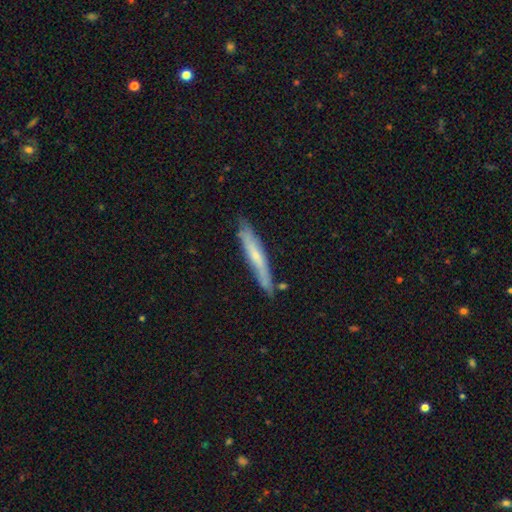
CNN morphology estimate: Q: Smooth or featured?
A: smooth (48%); runner-up: featured or disk (46%)
Q: Merging?
A: none (76%); runner-up: minor disturbance (18%)